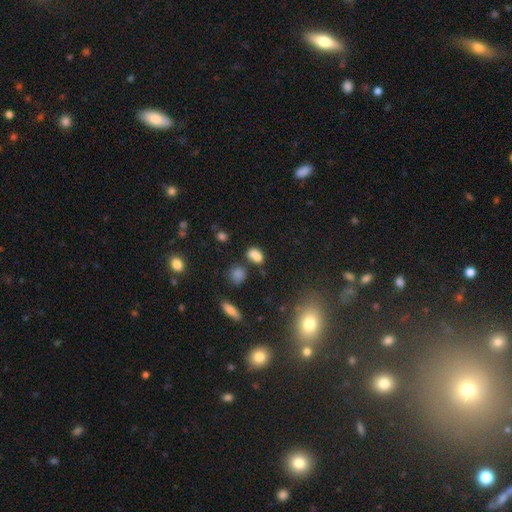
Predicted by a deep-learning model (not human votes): A smooth galaxy with no disk features (74%) that is in between round and cigar-shaped (63%). Merging: merger (43%).